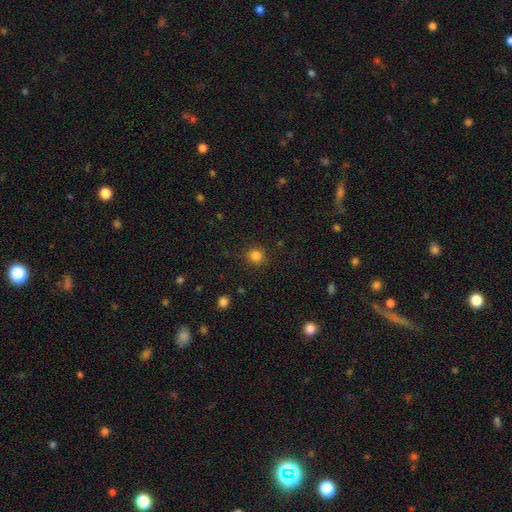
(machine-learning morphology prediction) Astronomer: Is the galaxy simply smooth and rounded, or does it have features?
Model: smooth — 84%.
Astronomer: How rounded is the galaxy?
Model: round — 90%.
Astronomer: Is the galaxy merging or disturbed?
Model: none — 88%.